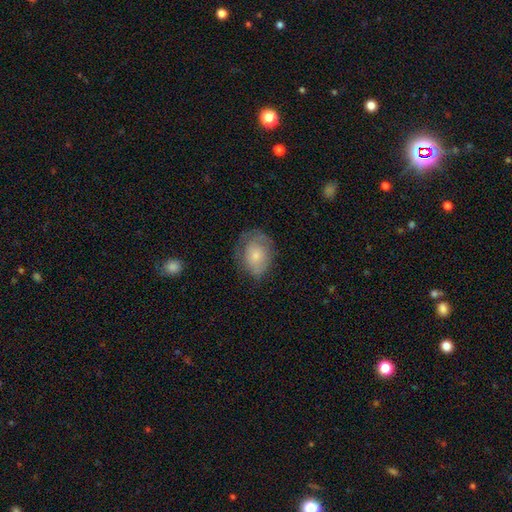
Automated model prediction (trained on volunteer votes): The model was most divided on "how rounded": in between: 57%, round: 42%, cigar-shaped: 1%. More confident: smooth or featured — smooth (65%); merging — none (58%).